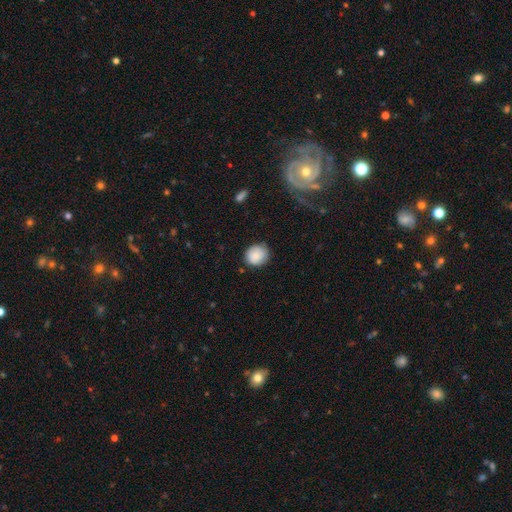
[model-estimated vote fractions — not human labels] The model was most divided on "merging": none: 76%, minor disturbance: 19%, major disturbance: 3%, merger: 1%. More confident: smooth or featured — smooth (84%); how rounded — round (83%).